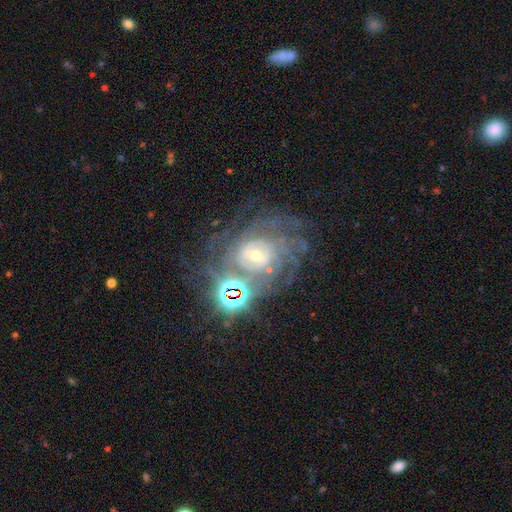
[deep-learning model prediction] This is likely a featured or disk galaxy (78%). It is clearly not viewed edge-on (97%). Bar: possibly no (52%). Spiral arm pattern: clearly yes (92%). Spiral arm count: possibly can't tell (47%). Spiral winding: likely tight (68%). Central bulge: likely small (62%). Merging: possibly none (56%).